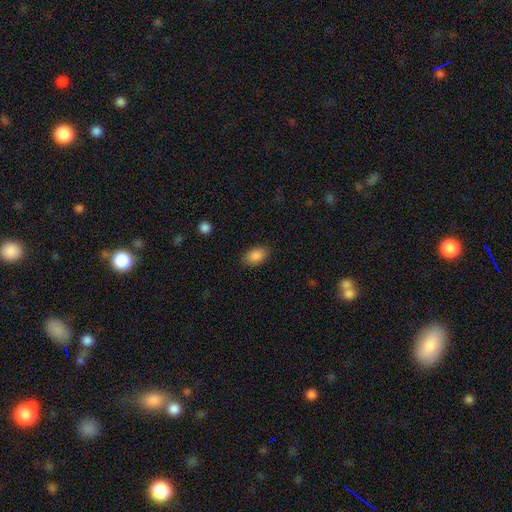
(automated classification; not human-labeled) A smooth galaxy with no disk features (88%) that is in between round and cigar-shaped (89%).

Vote fractions:
- Smooth or featured? smooth: 88% / star or artifact: 8% / featured or disk: 4%
- How rounded? in between: 89% / round: 9% / cigar-shaped: 2%
- Merging? none: 84% / minor disturbance: 12% / major disturbance: 3% / merger: 1%